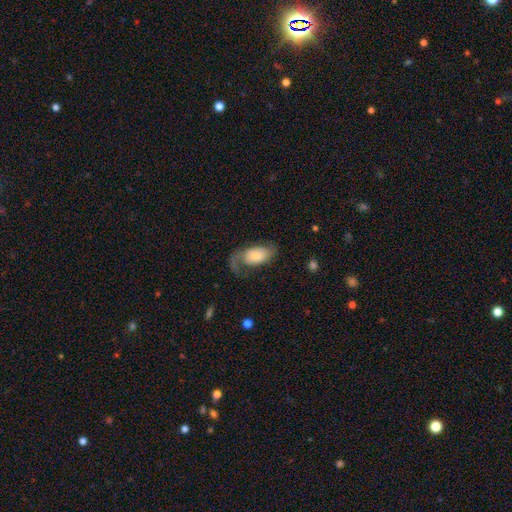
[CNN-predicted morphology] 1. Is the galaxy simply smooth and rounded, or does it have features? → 50% smooth, 43% featured or disk, 7% star or artifact.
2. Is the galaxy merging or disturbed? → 39% major disturbance, 36% none, 22% minor disturbance, 3% merger.